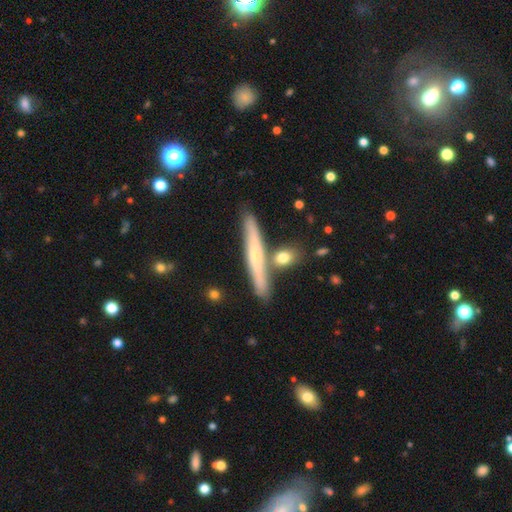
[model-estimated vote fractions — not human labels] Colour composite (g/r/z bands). It shows a featured or disk galaxy (50%) viewed edge-on (92%). Merging: none (79%).